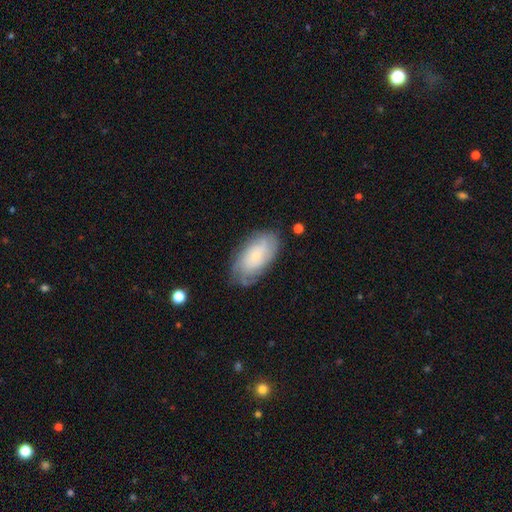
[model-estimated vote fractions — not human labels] A featured or disk galaxy (54%) with no bar (78%), spiral arms (83%) and a small central bulge (76%).

Vote fractions:
- Smooth or featured? featured or disk: 54% / smooth: 38% / star or artifact: 8%
- Edge-on disk? no: 93% / yes: 7%
- Bar? no: 78% / weak: 19% / strong: 3%
- Spiral arms? yes: 83% / no: 17%
- Bulge size? small: 76% / moderate: 17% / none: 4% / large: 2% / dominant: 1%
- Merging? none: 73% / minor disturbance: 20% / major disturbance: 6% / merger: 2%